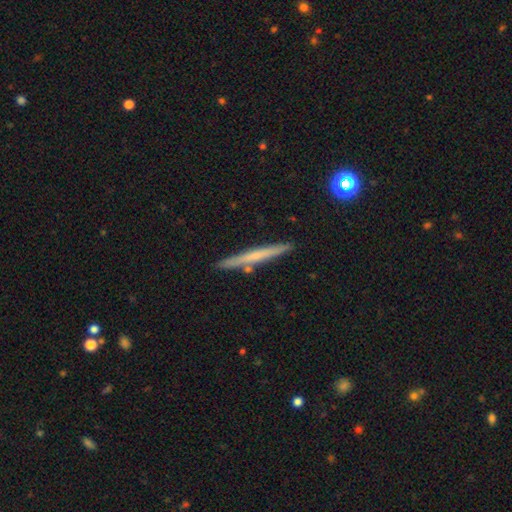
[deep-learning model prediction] Morphology: type=featured or disk (47%, tied with smooth); merging=none (88%).